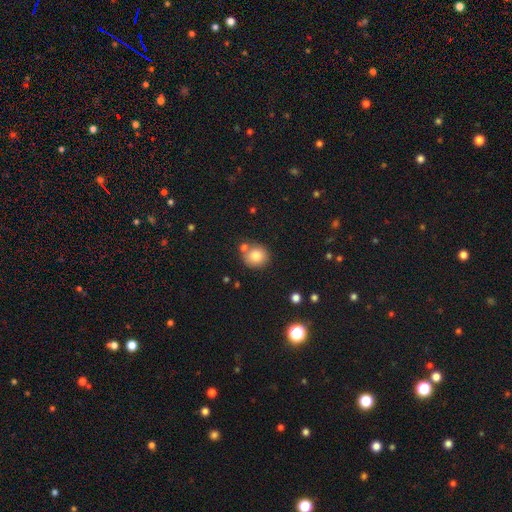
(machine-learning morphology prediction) A smooth galaxy with no disk features (82%) that is round (86%).

Vote fractions:
- Smooth or featured? smooth: 82% / star or artifact: 10% / featured or disk: 8%
- How rounded? round: 86% / in between: 13% / cigar-shaped: 1%
- Merging? none: 69% / merger: 17% / minor disturbance: 11% / major disturbance: 3%